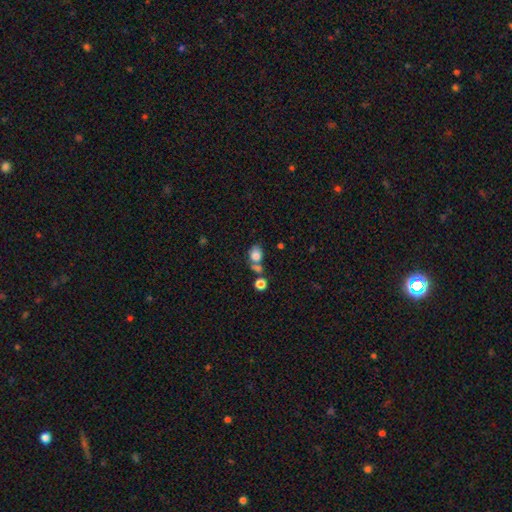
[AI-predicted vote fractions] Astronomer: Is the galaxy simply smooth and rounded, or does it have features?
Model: smooth — 80%.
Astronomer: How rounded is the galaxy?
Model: in between — 62%.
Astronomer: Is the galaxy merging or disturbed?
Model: none — 45% (runner-up: merger, 33%).